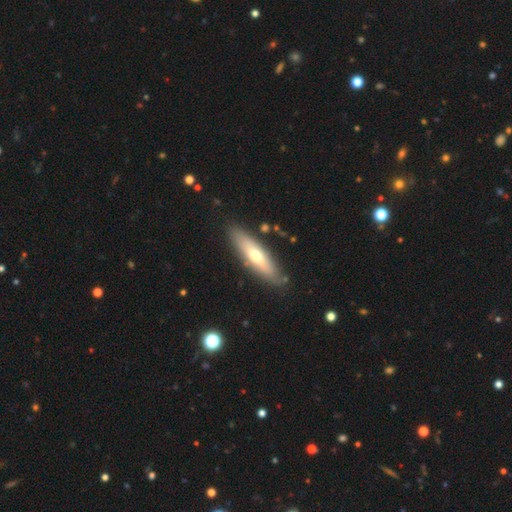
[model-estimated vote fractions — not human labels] Smooth or featured?
  - smooth: 53% *
  - featured or disk: 41%
  - star or artifact: 6%
How rounded?
  - cigar-shaped: 61% *
  - in between: 38%
  - round: 2%
Merging?
  - none: 83% *
  - minor disturbance: 12%
  - major disturbance: 3%
  - merger: 2%